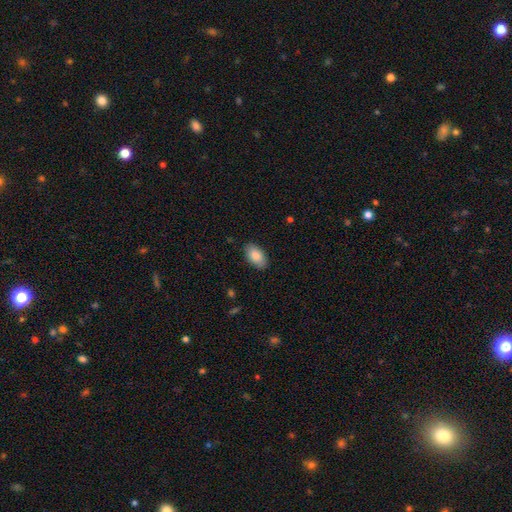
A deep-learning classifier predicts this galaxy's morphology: smooth_or_featured: smooth (p=0.86) [alt: featured or disk p=0.08]
how_rounded: in between (p=0.95) [alt: round p=0.04]
merging: none (p=0.87) [alt: minor disturbance p=0.10]